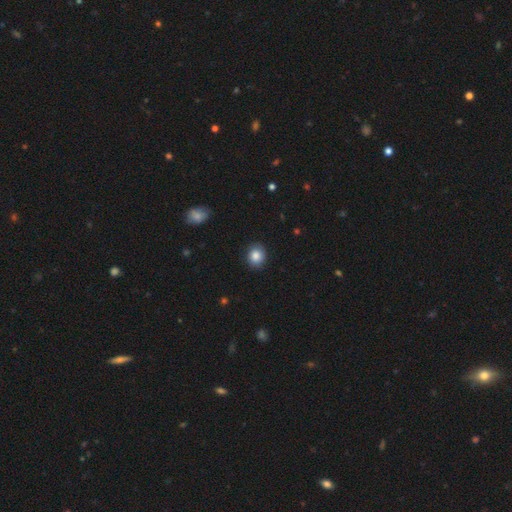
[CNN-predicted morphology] smooth 85%, star or artifact 9%, featured or disk 6%. Down the decision tree: how rounded — round (69%); merging — none (88%).